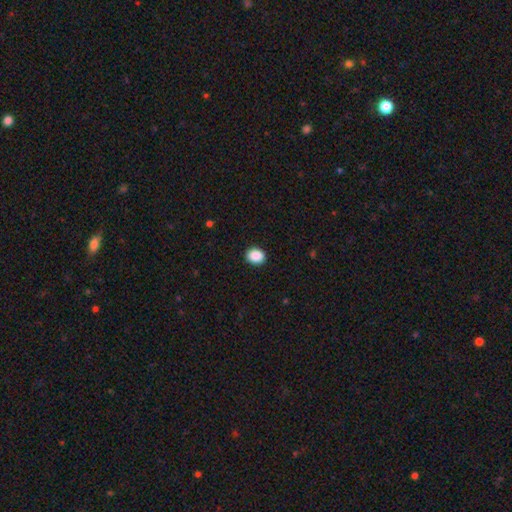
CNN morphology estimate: smooth 90%, star or artifact 8%, featured or disk 2%. Down the decision tree: how rounded — round (51%); merging — none (92%).